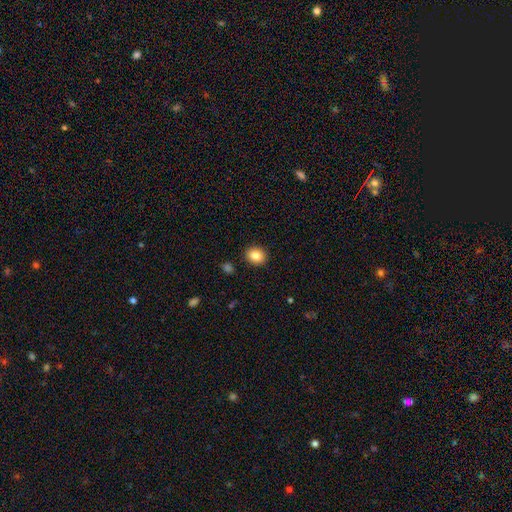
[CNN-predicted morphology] smooth 85%, star or artifact 9%, featured or disk 5%. Down the decision tree: how rounded — round (66%); merging — none (90%).